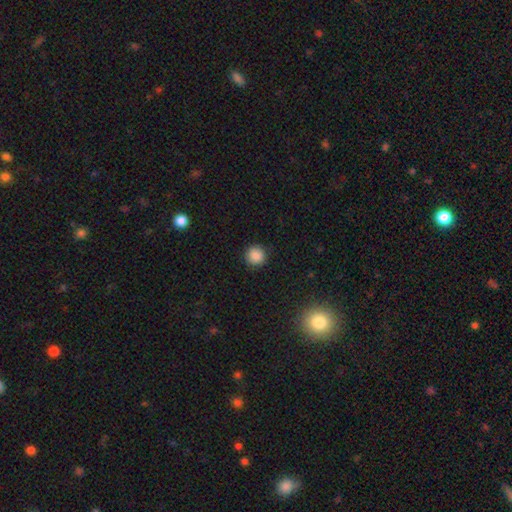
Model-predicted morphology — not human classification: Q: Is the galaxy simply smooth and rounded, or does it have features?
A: smooth — 87%.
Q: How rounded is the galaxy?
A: round — 93%.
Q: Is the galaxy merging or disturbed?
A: none — 90%.